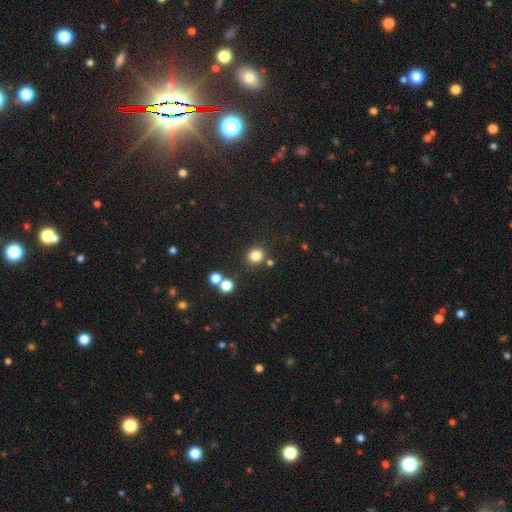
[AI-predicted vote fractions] Q: Smooth or featured?
A: smooth (81%); runner-up: star or artifact (14%)
Q: How rounded?
A: round (82%); runner-up: in between (17%)
Q: Merging?
A: none (81%); runner-up: minor disturbance (8%)